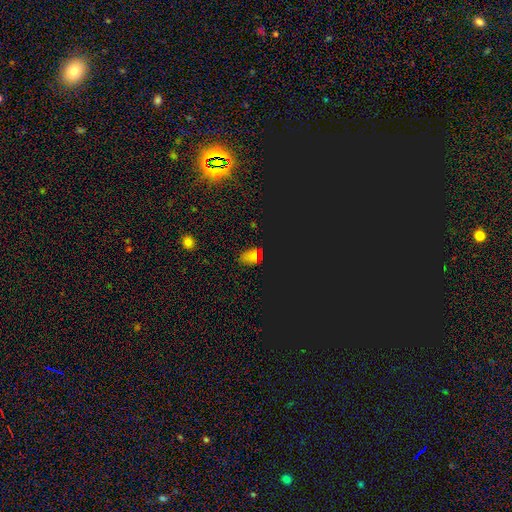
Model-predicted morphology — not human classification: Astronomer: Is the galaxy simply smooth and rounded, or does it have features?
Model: star or artifact — 53% (runner-up: smooth, 40%).